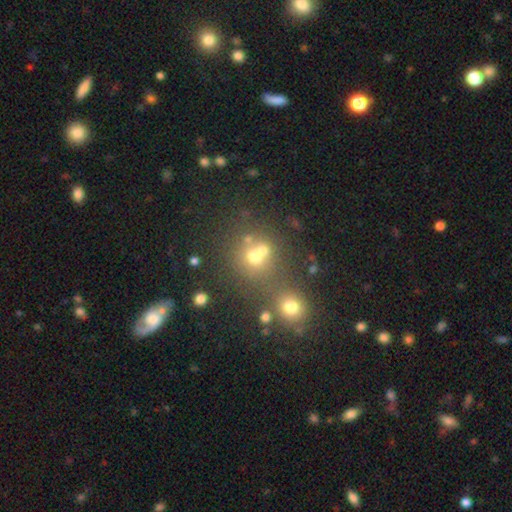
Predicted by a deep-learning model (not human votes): Overall: smooth (60%; star or artifact 25%). How rounded: round (83%). Merging: none (49%; merger 38%).